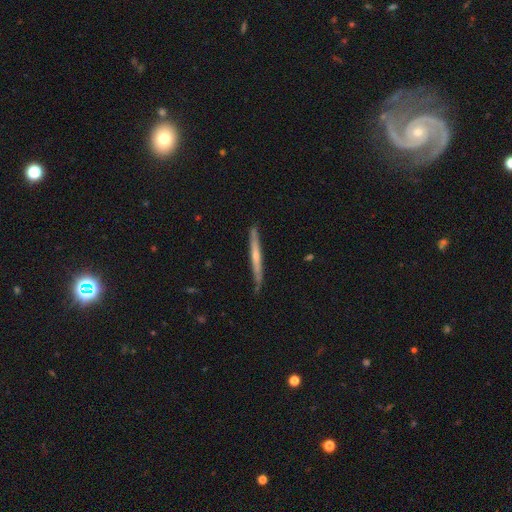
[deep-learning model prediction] smooth_or_featured: featured or disk (p=0.60) [alt: smooth p=0.35]
disk_edge_on: yes (p=0.95) [alt: no p=0.05]
edge_on_bulge: none (p=0.48) [alt: rounded p=0.47]
merging: none (p=0.82) [alt: minor disturbance p=0.15]